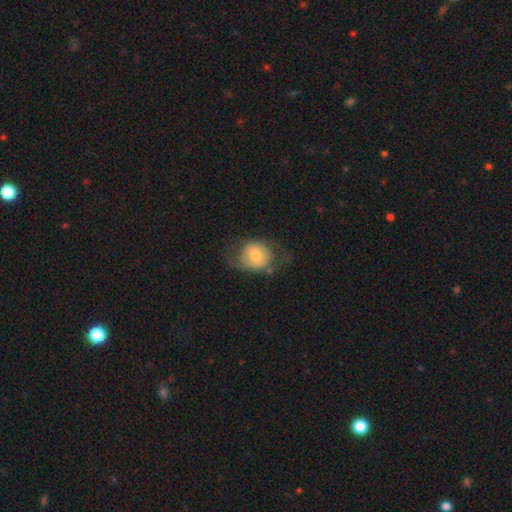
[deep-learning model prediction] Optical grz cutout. It shows a smooth galaxy with no disk features (58%) that is round (55%). Merging: none (47%).